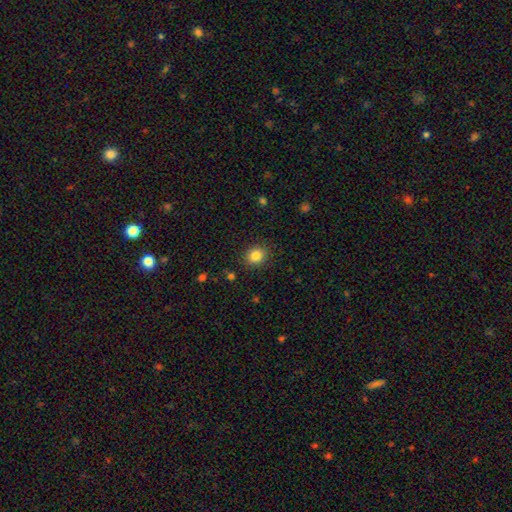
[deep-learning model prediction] Q: Smooth or featured?
A: smooth (84%); runner-up: star or artifact (10%)
Q: How rounded?
A: round (69%); runner-up: in between (30%)
Q: Merging?
A: none (88%); runner-up: minor disturbance (8%)